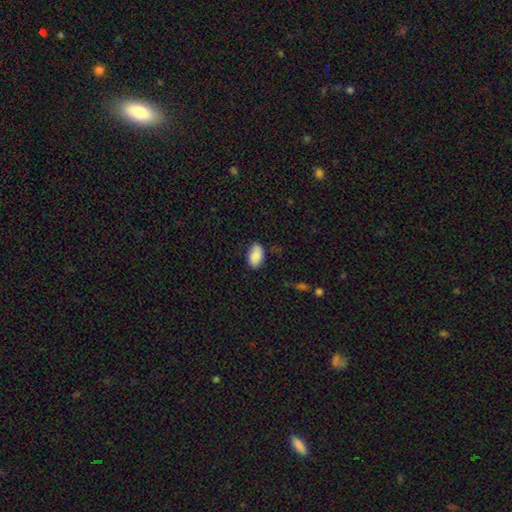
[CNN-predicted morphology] Smooth or featured?
  - smooth: 87% *
  - star or artifact: 7%
  - featured or disk: 6%
How rounded?
  - in between: 93% *
  - round: 5%
  - cigar-shaped: 1%
Merging?
  - none: 77% *
  - minor disturbance: 18%
  - major disturbance: 4%
  - merger: 2%